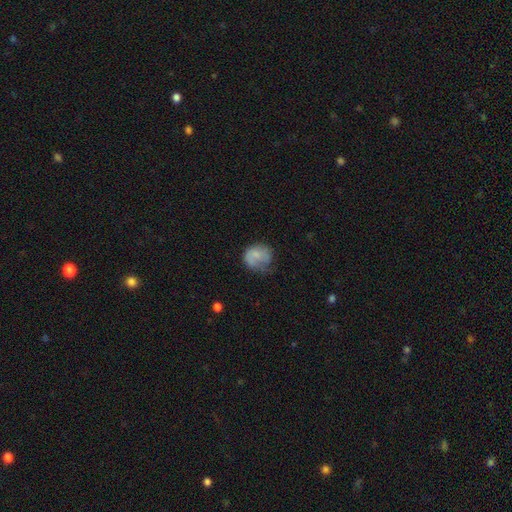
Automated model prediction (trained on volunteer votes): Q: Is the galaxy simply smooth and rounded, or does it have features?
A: smooth — 65%.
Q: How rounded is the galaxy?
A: round — 72%.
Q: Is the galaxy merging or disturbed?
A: none — 41%.